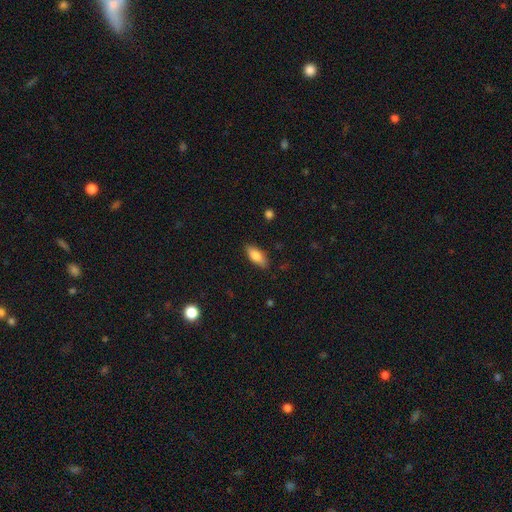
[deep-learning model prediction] The model was most divided on "how rounded": in between: 79%, cigar-shaped: 19%, round: 3%. More confident: merging — none (85%); smooth or featured — smooth (78%).